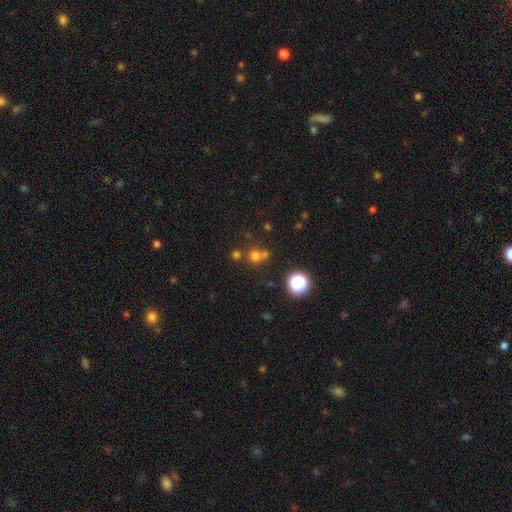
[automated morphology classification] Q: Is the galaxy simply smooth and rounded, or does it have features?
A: smooth — 62%.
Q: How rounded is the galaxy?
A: round — 90%.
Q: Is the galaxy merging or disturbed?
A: none — 57%.